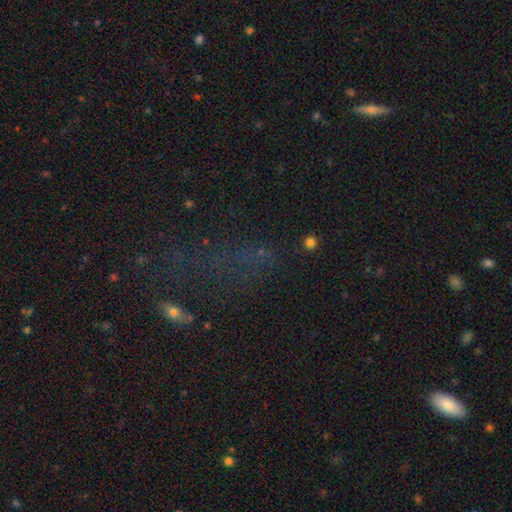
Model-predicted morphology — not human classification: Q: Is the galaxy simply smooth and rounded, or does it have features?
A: star or artifact — 50%.